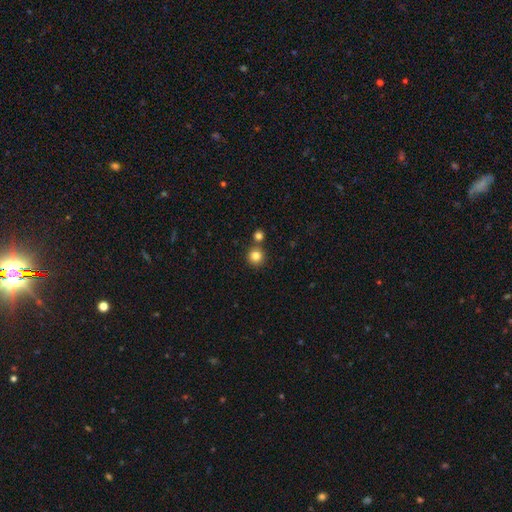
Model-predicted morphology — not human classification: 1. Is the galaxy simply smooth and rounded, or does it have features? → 83% smooth, 11% star or artifact, 5% featured or disk.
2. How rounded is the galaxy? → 93% round, 6% in between, 1% cigar-shaped.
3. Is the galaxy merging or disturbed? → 74% none, 16% merger, 7% minor disturbance, 2% major disturbance.